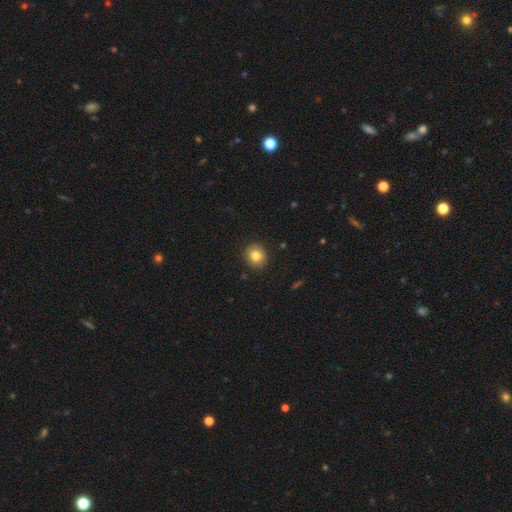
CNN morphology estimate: smooth_or_featured: smooth (p=0.81) [alt: star or artifact p=0.10]
how_rounded: round (p=0.81) [alt: in between p=0.19]
merging: none (p=0.89) [alt: minor disturbance p=0.08]